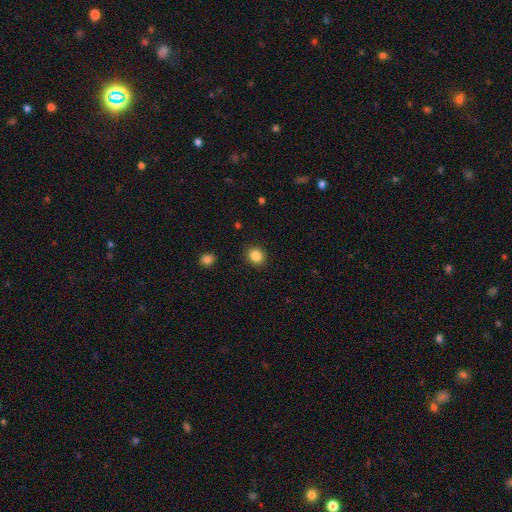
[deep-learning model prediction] Smooth or featured? Predicted: smooth (p=0.85). How rounded? Predicted: round (p=0.83). Merging? Predicted: none (p=0.91).